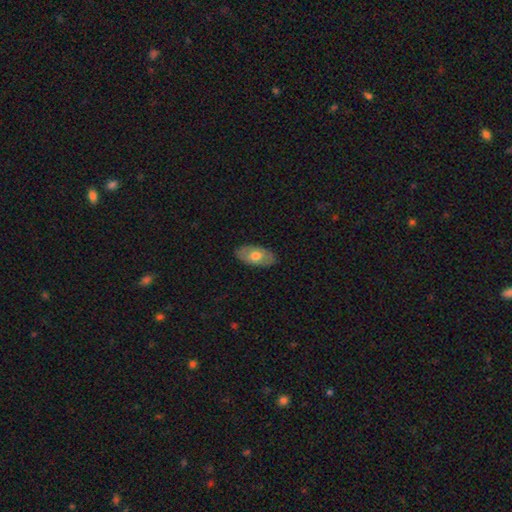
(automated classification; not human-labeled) Q: Smooth or featured?
A: smooth (59%); runner-up: featured or disk (36%)
Q: How rounded?
A: in between (93%); runner-up: round (4%)
Q: Merging?
A: none (84%); runner-up: minor disturbance (13%)